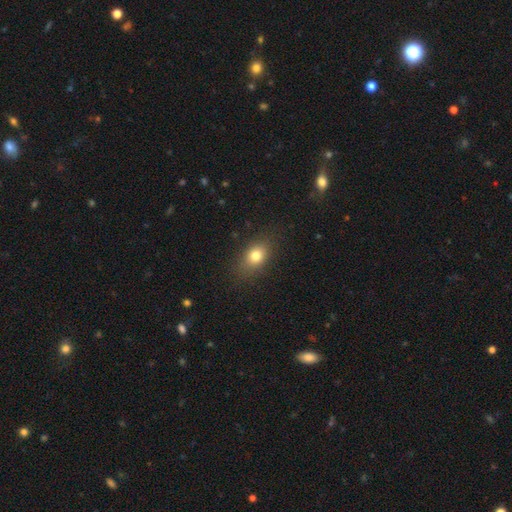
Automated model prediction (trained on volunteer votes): Overall: smooth (78%). How rounded: in between (72%). Merging: none (83%).